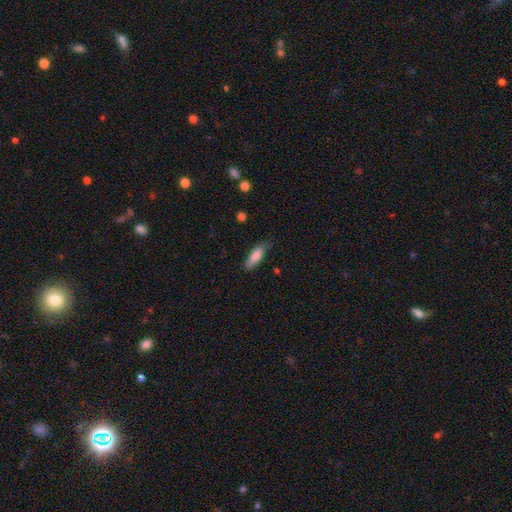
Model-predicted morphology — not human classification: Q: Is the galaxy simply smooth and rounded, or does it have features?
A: smooth — 78%.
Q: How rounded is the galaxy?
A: in between — 52%.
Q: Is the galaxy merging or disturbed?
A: none — 75%.